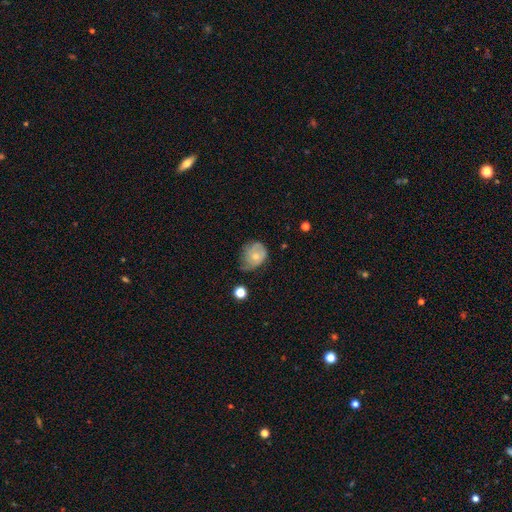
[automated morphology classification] This is possibly a smooth galaxy (54%). How rounded: possibly round (55%). Merging: marginally minor disturbance (41%).